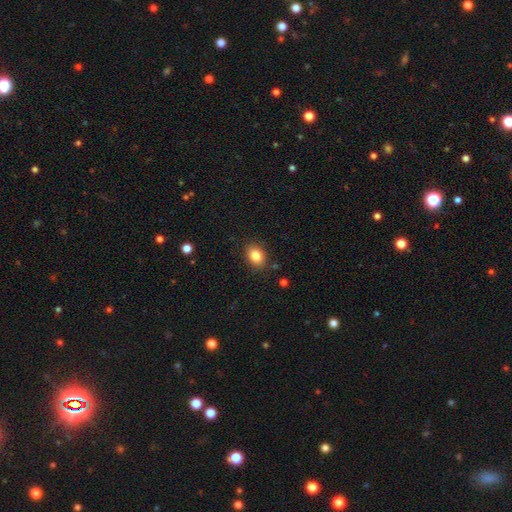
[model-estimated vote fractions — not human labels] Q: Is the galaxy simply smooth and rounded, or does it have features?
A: smooth — 84%.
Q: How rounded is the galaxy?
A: in between — 65%.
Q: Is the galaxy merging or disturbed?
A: none — 86%.